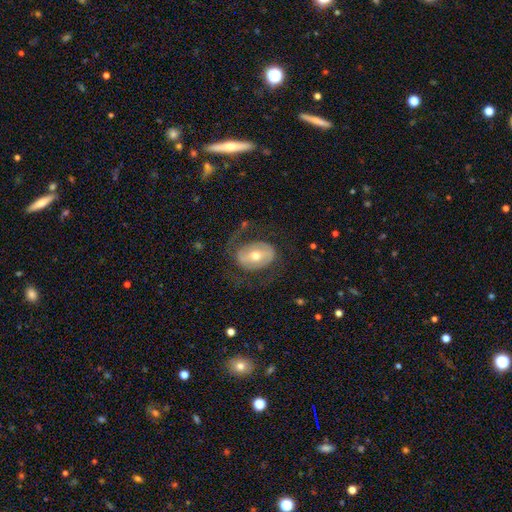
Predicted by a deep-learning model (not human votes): Q: Smooth or featured?
A: featured or disk (68%); runner-up: smooth (25%)
Q: Edge-on disk?
A: no (95%); runner-up: yes (5%)
Q: Bar?
A: weak (35%); runner-up: strong (34%)
Q: Spiral arms?
A: yes (62%); runner-up: no (38%)
Q: Bulge size?
A: moderate (64%); runner-up: small (29%)
Q: Merging?
A: none (64%); runner-up: major disturbance (20%)